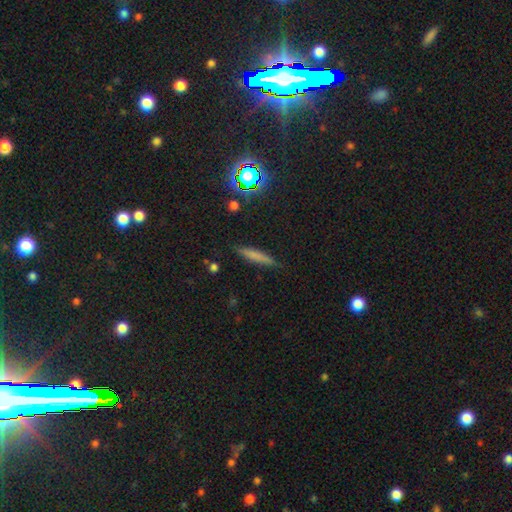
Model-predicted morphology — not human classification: smooth-or-featured: smooth: 68% | featured or disk: 20% | star or artifact: 12%
  how-rounded: cigar-shaped: 89% | in between: 9% | round: 2%
  merging: none: 84% | minor disturbance: 12% | major disturbance: 2% | merger: 2%